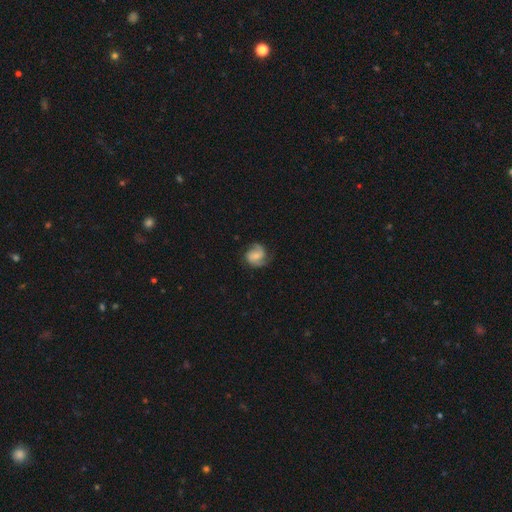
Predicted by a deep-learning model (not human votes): This is likely a featured or disk galaxy (68%). It is clearly not viewed edge-on (98%). Bar: possibly no (46%). Spiral arm pattern: clearly yes (94%). Spiral arm count: likely 2 (79%). Spiral winding: possibly medium (48%). Central bulge: possibly small (48%). Merging: likely none (69%).